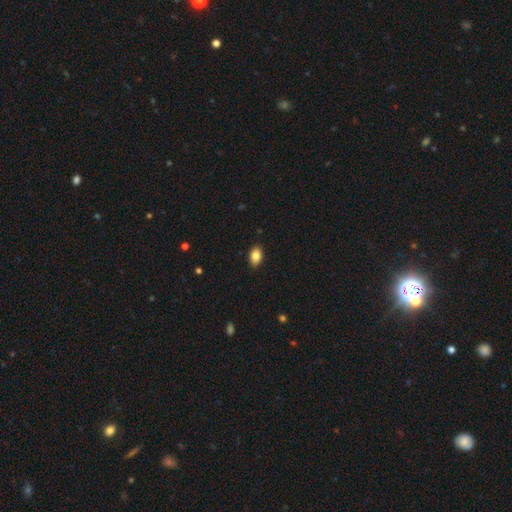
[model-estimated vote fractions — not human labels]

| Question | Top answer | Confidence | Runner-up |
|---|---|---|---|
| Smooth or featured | smooth | 85% | star or artifact (8%) |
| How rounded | in between | 87% | round (11%) |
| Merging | none | 88% | minor disturbance (9%) |